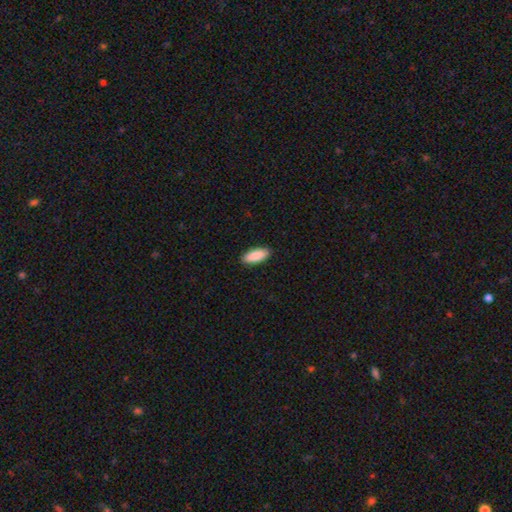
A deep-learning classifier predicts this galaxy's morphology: Smooth or featured: smooth — 90% (star or artifact — 5%)
How rounded: in between — 81% (cigar-shaped — 17%)
Merging: none — 91% (minor disturbance — 7%)